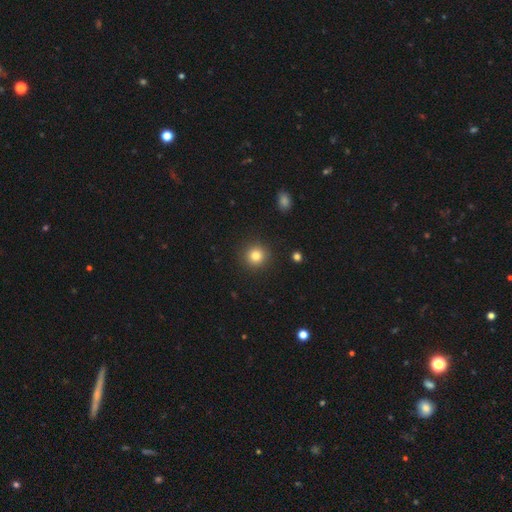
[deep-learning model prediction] A smooth galaxy with no disk features (82%) that is round (94%).

Vote fractions:
- Smooth or featured? smooth: 82% / star or artifact: 12% / featured or disk: 6%
- How rounded? round: 94% / in between: 5% / cigar-shaped: 1%
- Merging? none: 91% / minor disturbance: 6% / major disturbance: 2% / merger: 1%